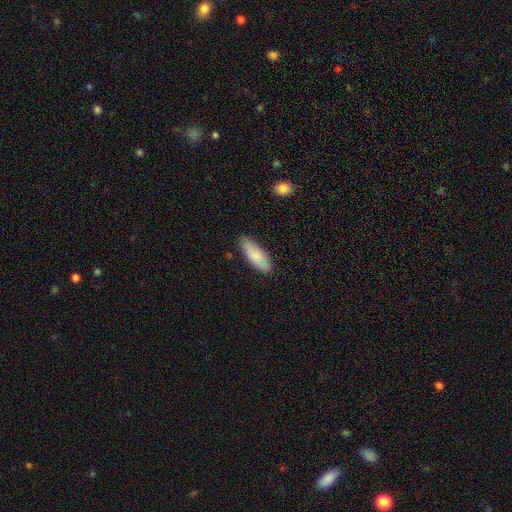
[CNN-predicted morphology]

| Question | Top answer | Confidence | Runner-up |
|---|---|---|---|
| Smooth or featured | smooth | 80% | featured or disk (14%) |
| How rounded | in between | 66% | cigar-shaped (32%) |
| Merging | none | 80% | minor disturbance (16%) |